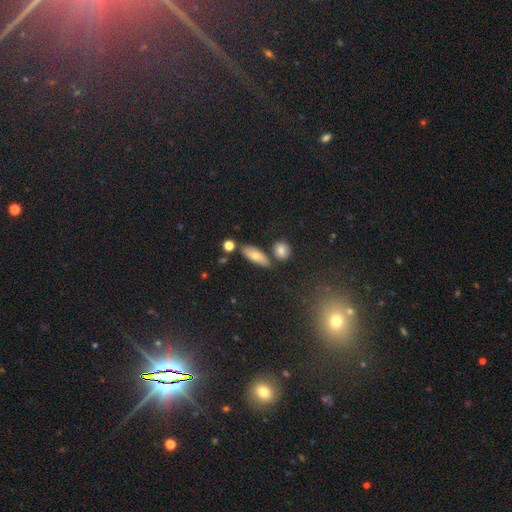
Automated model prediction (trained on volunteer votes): Morphology: type=smooth (73%); roundness=in between (70%); merging=none (75%).